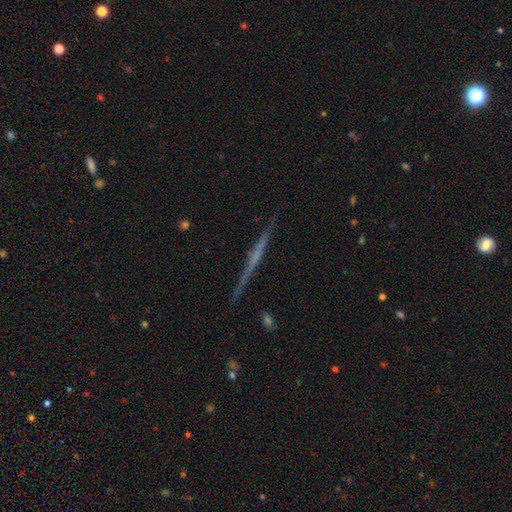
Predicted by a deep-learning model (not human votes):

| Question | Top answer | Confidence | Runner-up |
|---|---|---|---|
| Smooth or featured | featured or disk | 69% | smooth (24%) |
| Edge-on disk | yes | 97% | no (3%) |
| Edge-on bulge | none | 71% | rounded (19%) |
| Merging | none | 90% | minor disturbance (7%) |